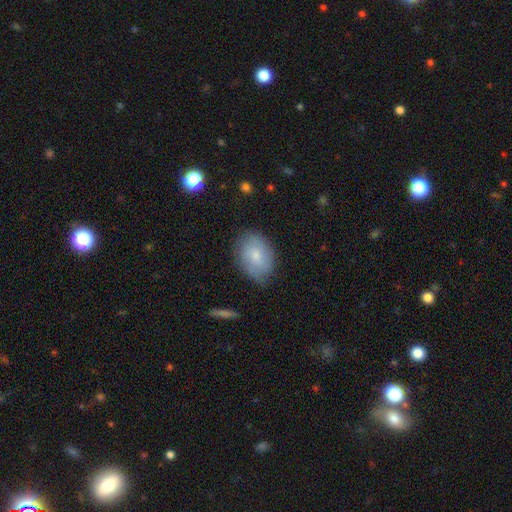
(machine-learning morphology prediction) A smooth galaxy with no disk features (75%) that is in between round and cigar-shaped (78%).

Vote fractions:
- Smooth or featured? smooth: 75% / featured or disk: 18% / star or artifact: 7%
- How rounded? in between: 78% / round: 21% / cigar-shaped: 1%
- Merging? none: 72% / minor disturbance: 22% / major disturbance: 5% / merger: 2%